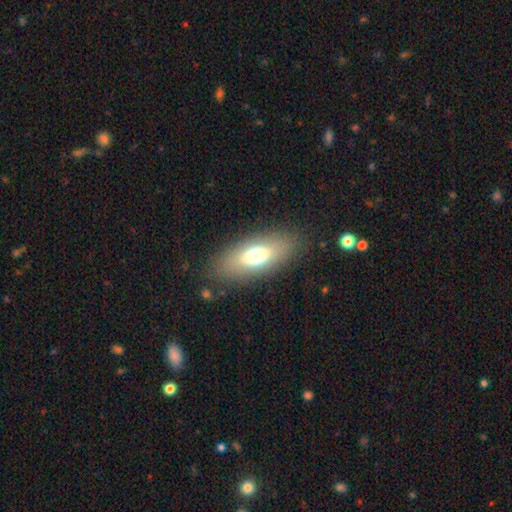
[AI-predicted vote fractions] Morphology: type=smooth (64%); roundness=in between (80%); merging=none (84%).